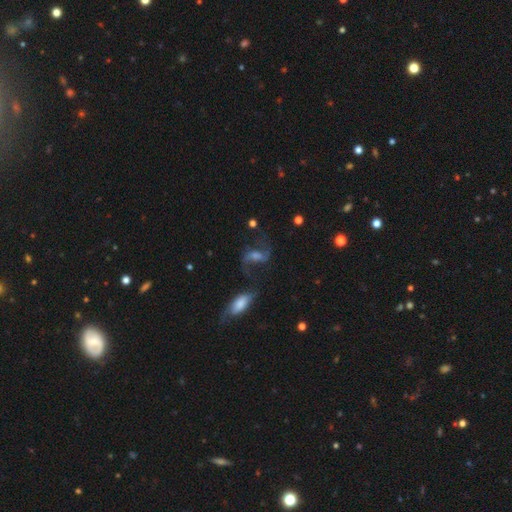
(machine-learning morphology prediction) smooth-or-featured: featured or disk: 76% | smooth: 12% | star or artifact: 12%
  disk-edge-on: no: 95% | yes: 5%
    bar: weak: 47% | no: 28% | strong: 25%
    has-spiral-arms: yes: 93% | no: 7%
      spiral-winding: loose: 59% | medium: 34% | tight: 7%
      spiral-arm-count: 2: 91% | can't tell: 3% | 1: 2% | 3: 1% | 4: 1% | more than 4: 1%
    bulge-size: moderate: 39% | small: 35% | none: 14% | large: 11% | dominant: 2%
  merging: none: 68% | minor disturbance: 15% | major disturbance: 11% | merger: 6%